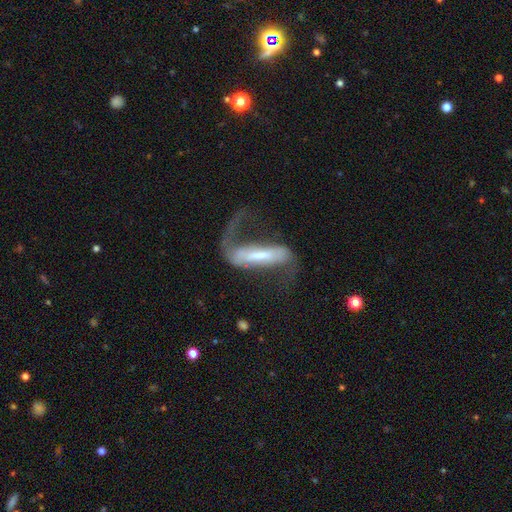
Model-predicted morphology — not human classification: This appears to be a featured or disk galaxy (80%) with a strong bar (62%), 2 (78%) loose (73%) spiral arms (90%) and a small central bulge (44%). Merging: none (45%).